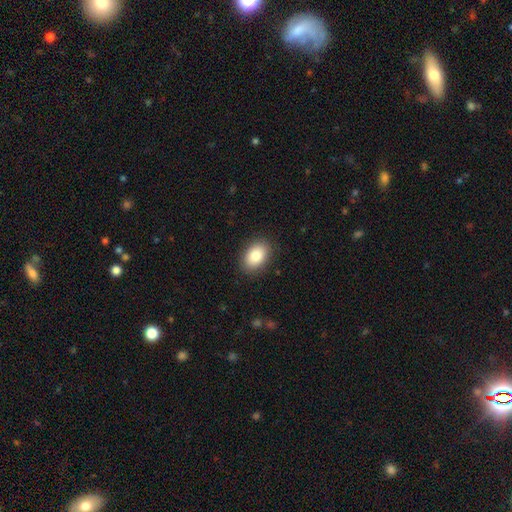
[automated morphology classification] smooth 83%, featured or disk 9%, star or artifact 7%. Down the decision tree: how rounded — in between (85%); merging — none (88%).